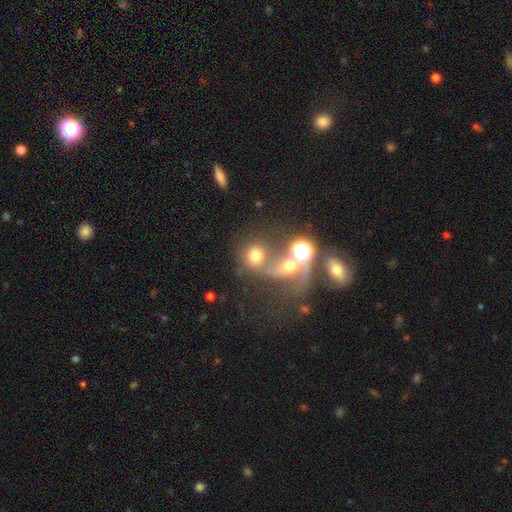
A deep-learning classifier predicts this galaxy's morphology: Smooth or featured? Predicted: smooth (p=0.61). How rounded? Predicted: round (p=0.80). Merging? Predicted: merger (p=0.49).